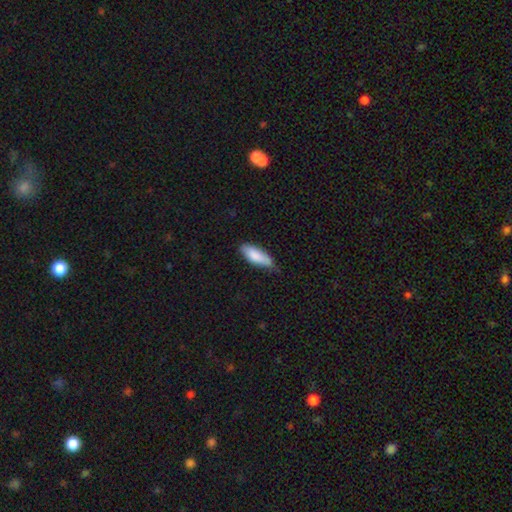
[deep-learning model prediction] smooth-or-featured: smooth: 85% | featured or disk: 9% | star or artifact: 6%
  how-rounded: in between: 70% | cigar-shaped: 28% | round: 2%
  merging: none: 63% | minor disturbance: 32% | major disturbance: 4% | merger: 1%